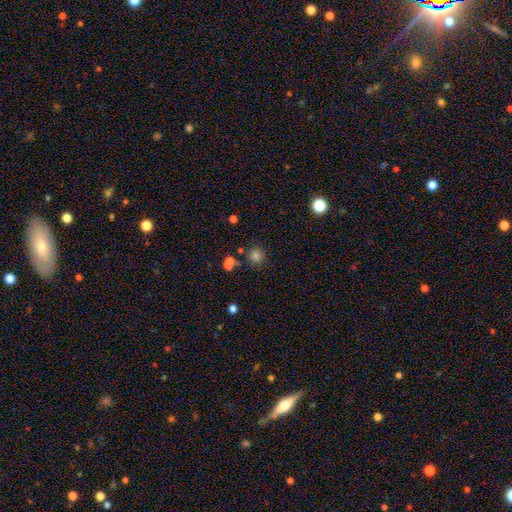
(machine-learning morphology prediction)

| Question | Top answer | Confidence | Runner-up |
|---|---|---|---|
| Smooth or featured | smooth | 79% | star or artifact (15%) |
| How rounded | round | 84% | in between (15%) |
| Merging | none | 76% | minor disturbance (11%) |